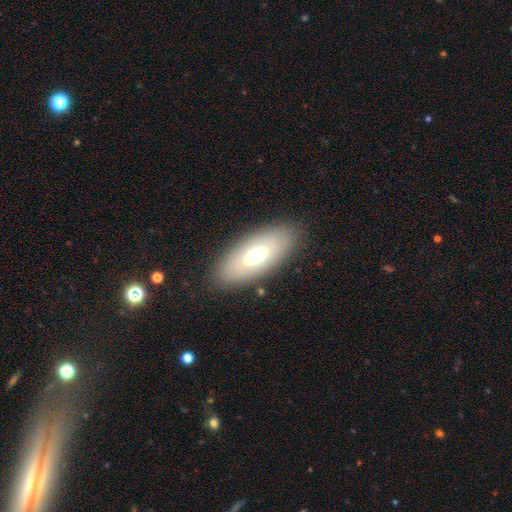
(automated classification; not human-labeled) smooth-or-featured: smooth: 58% | featured or disk: 34% | star or artifact: 8%
  how-rounded: in between: 86% | cigar-shaped: 10% | round: 3%
  merging: none: 84% | minor disturbance: 10% | major disturbance: 4% | merger: 1%